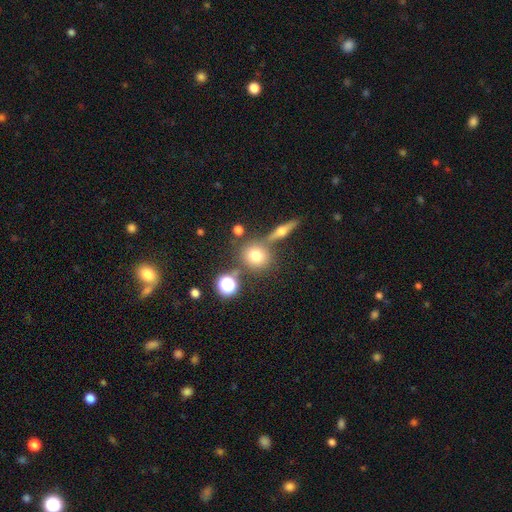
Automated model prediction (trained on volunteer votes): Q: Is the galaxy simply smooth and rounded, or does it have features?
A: smooth — 70%.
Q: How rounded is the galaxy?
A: round — 84%.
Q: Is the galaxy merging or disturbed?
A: none — 71%.